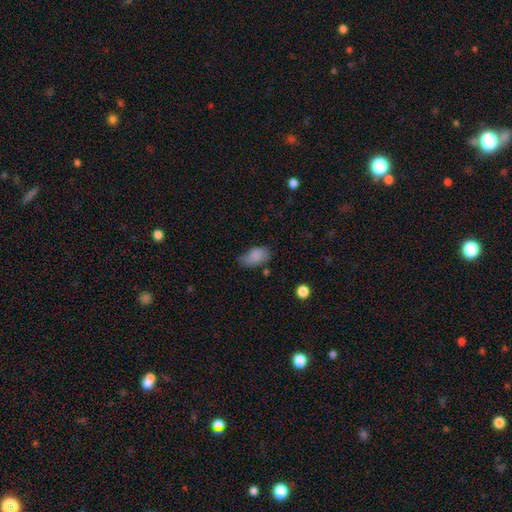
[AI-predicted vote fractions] Smooth or featured?
  - smooth: 82% *
  - featured or disk: 10%
  - star or artifact: 8%
How rounded?
  - in between: 91% *
  - round: 7%
  - cigar-shaped: 2%
Merging?
  - none: 53% *
  - minor disturbance: 34%
  - major disturbance: 9%
  - merger: 4%